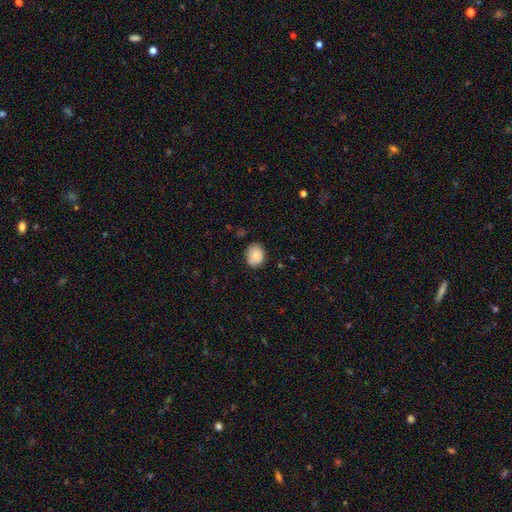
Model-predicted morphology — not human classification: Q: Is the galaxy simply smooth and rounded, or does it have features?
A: smooth — 78%.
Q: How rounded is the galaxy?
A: round — 52%.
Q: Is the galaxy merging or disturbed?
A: none — 75%.